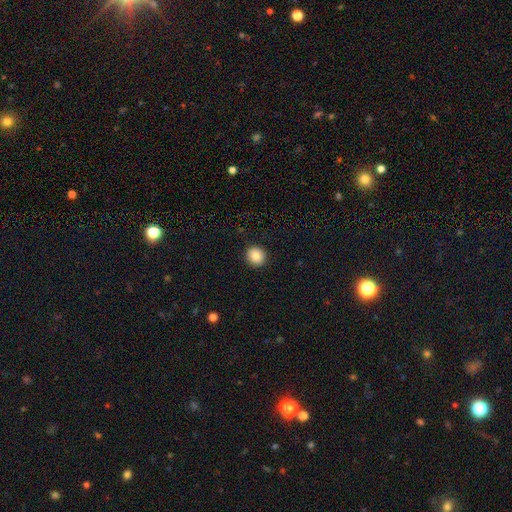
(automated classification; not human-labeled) Morphology: type=smooth (87%); roundness=round (88%); merging=none (92%).